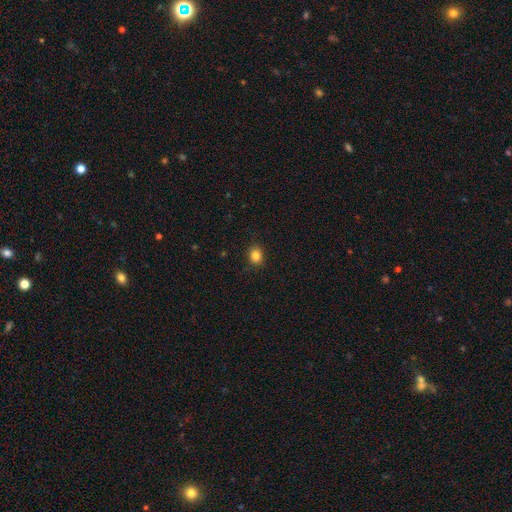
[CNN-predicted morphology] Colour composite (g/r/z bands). It shows a smooth galaxy with no disk features (84%) that is round (63%). Merging: none (88%).